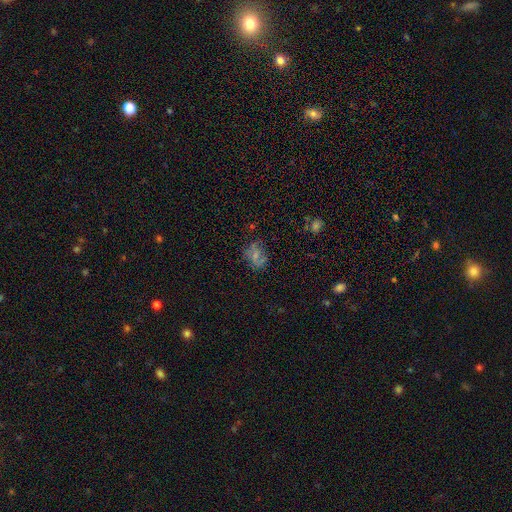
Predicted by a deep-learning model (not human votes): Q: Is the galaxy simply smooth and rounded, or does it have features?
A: smooth — 48%.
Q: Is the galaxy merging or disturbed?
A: none — 64%.